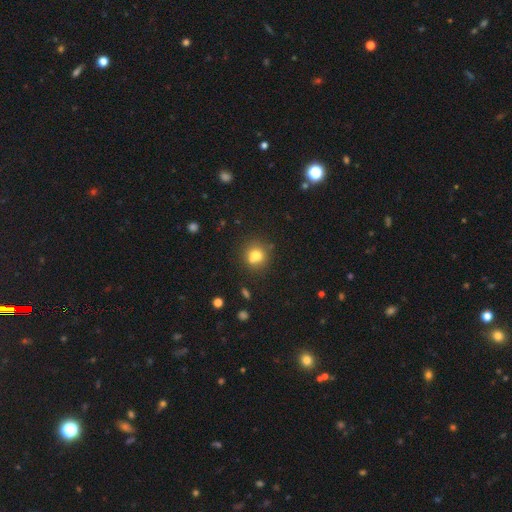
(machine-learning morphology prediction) Smooth or featured: smooth — 74% (star or artifact — 13%)
How rounded: round — 85% (in between — 14%)
Merging: none — 63% (merger — 21%)